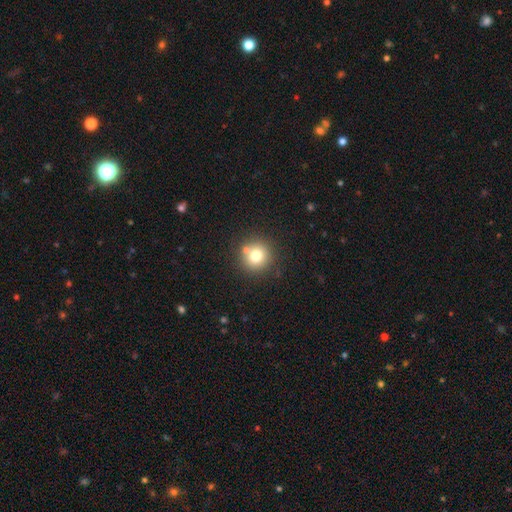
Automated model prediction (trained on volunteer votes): smooth-or-featured: smooth: 75% | star or artifact: 14% | featured or disk: 12%
  how-rounded: round: 93% | in between: 6% | cigar-shaped: 1%
  merging: none: 79% | merger: 10% | minor disturbance: 8% | major disturbance: 3%